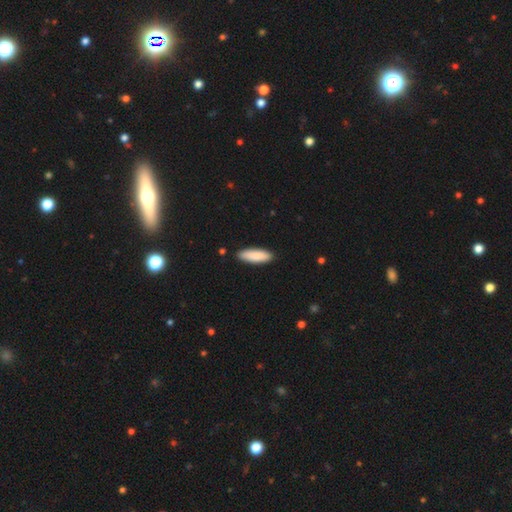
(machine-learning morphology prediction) smooth 88%, featured or disk 7%, star or artifact 5%. Down the decision tree: how rounded — cigar-shaped (50%); merging — none (88%).